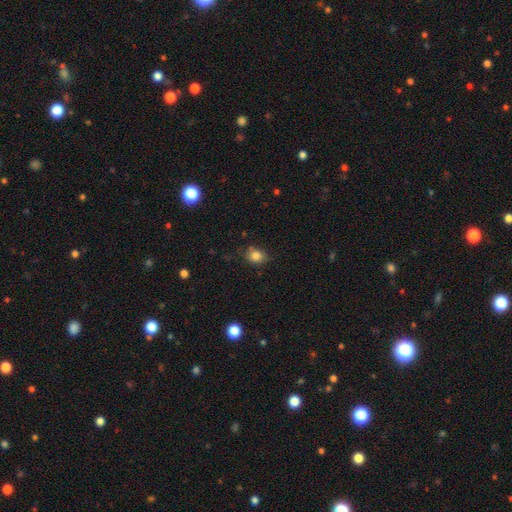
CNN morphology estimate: Smooth or featured: smooth — 81% (star or artifact — 11%)
How rounded: round — 52% (in between — 47%)
Merging: none — 74% (minor disturbance — 19%)